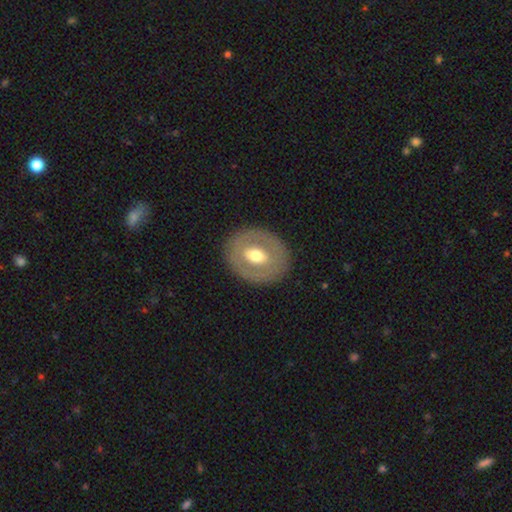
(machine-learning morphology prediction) featured or disk 49%, smooth 44%, star or artifact 6%. Down the decision tree: merging — none (84%).